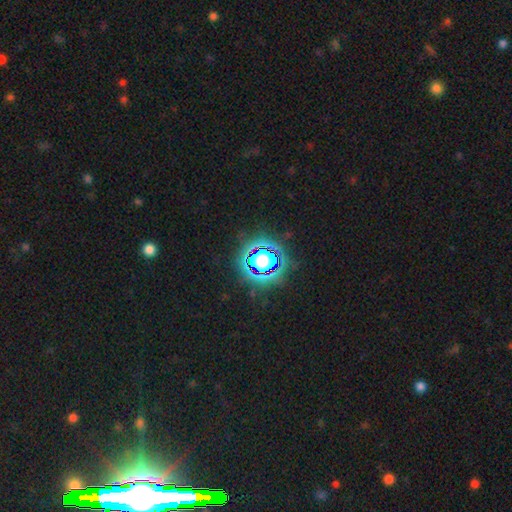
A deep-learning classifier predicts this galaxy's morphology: Smooth or featured? star or artifact (81%)